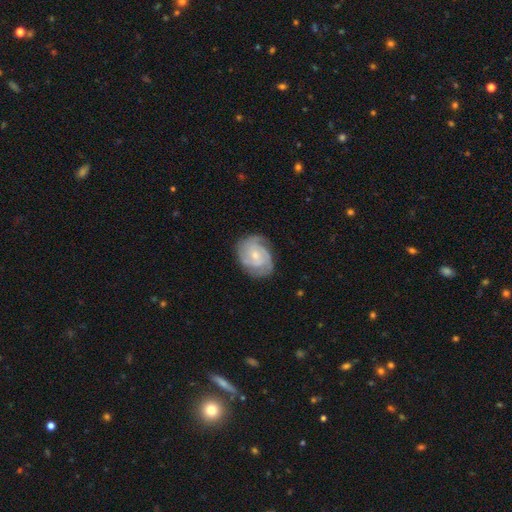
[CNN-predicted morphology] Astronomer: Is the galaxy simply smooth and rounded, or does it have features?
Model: featured or disk — 81%.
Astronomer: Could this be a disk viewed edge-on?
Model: no — 98%.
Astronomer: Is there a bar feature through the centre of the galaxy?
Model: no — 63%.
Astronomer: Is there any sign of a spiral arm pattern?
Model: yes — 96%.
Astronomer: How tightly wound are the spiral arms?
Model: tight — 60%.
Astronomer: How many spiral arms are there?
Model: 3 — 34% (runner-up: 2, 26%).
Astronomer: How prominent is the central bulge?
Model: small — 64%.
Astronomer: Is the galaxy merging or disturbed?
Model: none — 74%.